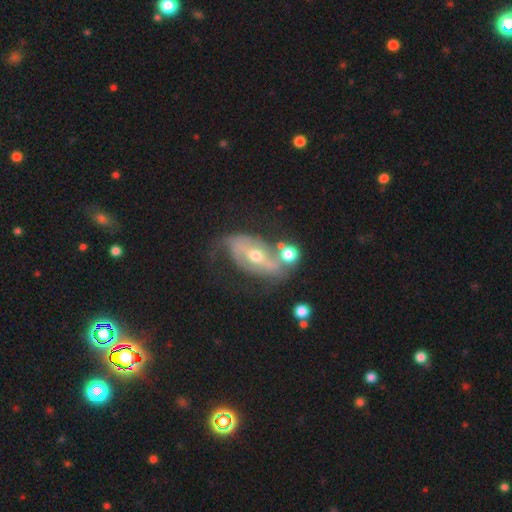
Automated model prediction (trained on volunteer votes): This is likely a featured or disk galaxy (77%). It is clearly not viewed edge-on (93%). Bar: marginally no (36%). Spiral arm pattern: clearly yes (82%). Spiral arm count: likely 2 (76%). Spiral winding: marginally medium (40%). Central bulge: likely moderate (62%). Merging: marginally none (43%).